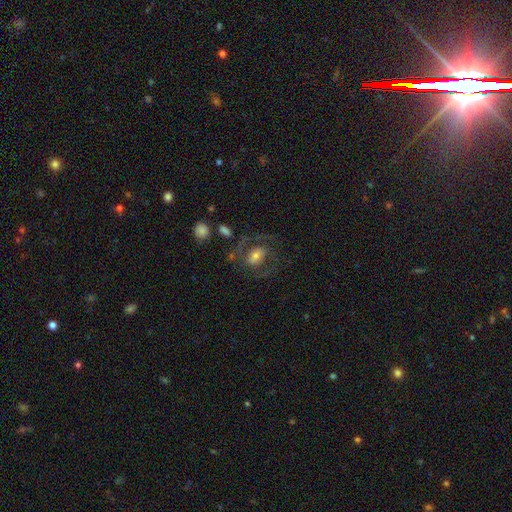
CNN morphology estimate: Smooth or featured? featured or disk (55%)
Edge-on disk? no (95%)
Bar? no (46%)
Spiral arms? yes (65%)
Bulge size? moderate (52%)
Merging? none (57%)